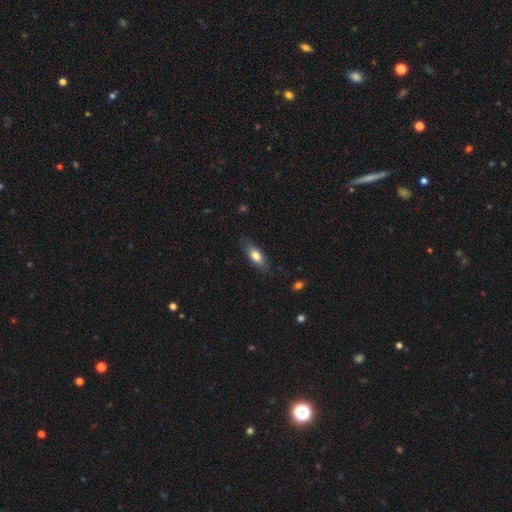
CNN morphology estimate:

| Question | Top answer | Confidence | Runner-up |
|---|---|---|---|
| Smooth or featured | smooth | 77% | featured or disk (17%) |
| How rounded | in between | 74% | cigar-shaped (23%) |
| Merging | none | 79% | minor disturbance (16%) |